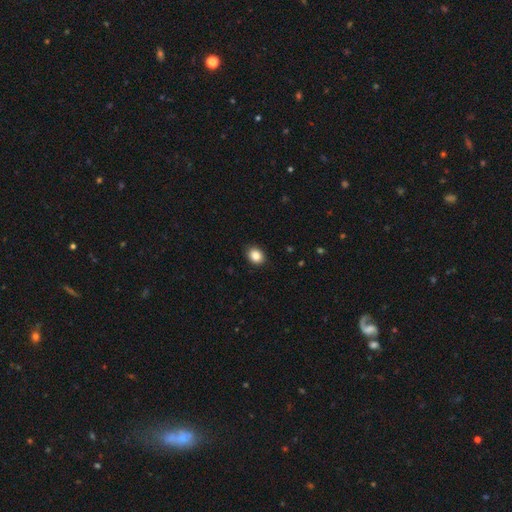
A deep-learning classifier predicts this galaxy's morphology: Overall: smooth (87%). How rounded: round (52%; in between 47%). Merging: none (89%).